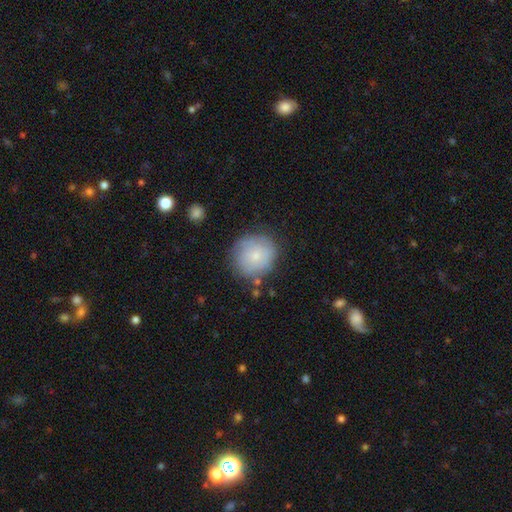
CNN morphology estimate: Smooth or featured: smooth — 67% (featured or disk — 25%)
How rounded: round — 90% (in between — 10%)
Merging: none — 75% (minor disturbance — 17%)